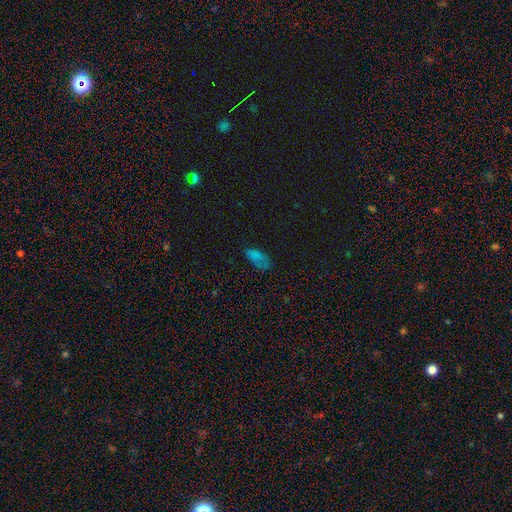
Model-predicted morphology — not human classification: This appears to be a smooth galaxy with no disk features (62%) that is in between round and cigar-shaped (87%). Merging: none (53%).